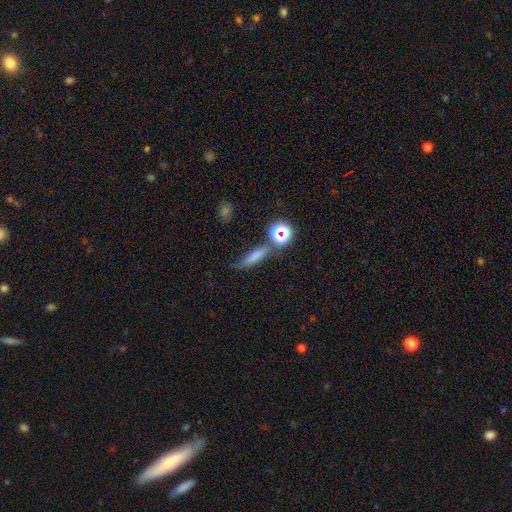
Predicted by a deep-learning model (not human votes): smooth-or-featured: smooth: 68% | star or artifact: 17% | featured or disk: 15%
  how-rounded: cigar-shaped: 64% | in between: 26% | round: 9%
  merging: none: 64% | minor disturbance: 18% | merger: 11% | major disturbance: 7%